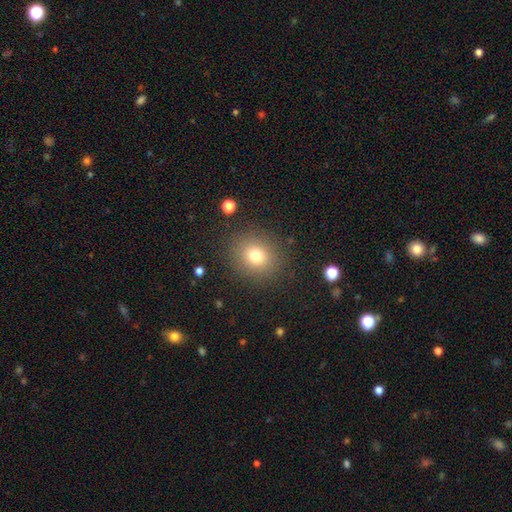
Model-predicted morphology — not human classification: smooth-or-featured: smooth: 76% | star or artifact: 15% | featured or disk: 10%
  how-rounded: round: 80% | in between: 20% | cigar-shaped: 1%
  merging: none: 87% | minor disturbance: 8% | major disturbance: 4% | merger: 1%